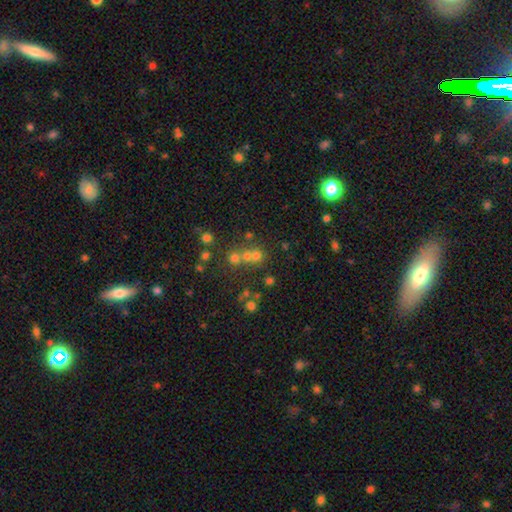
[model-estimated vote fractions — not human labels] A smooth galaxy with no disk features (54%) that is round (87%).

Vote fractions:
- Smooth or featured? smooth: 54% / star or artifact: 30% / featured or disk: 16%
- How rounded? round: 87% / in between: 12% / cigar-shaped: 1%
- Merging? none: 51% / merger: 39% / minor disturbance: 7% / major disturbance: 4%